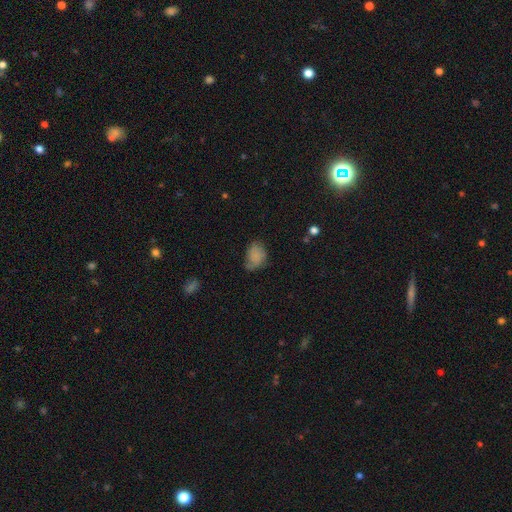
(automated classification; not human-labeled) Smooth or featured? Predicted: smooth (p=0.74). How rounded? Predicted: in between (p=0.76). Merging? Predicted: none (p=0.48).